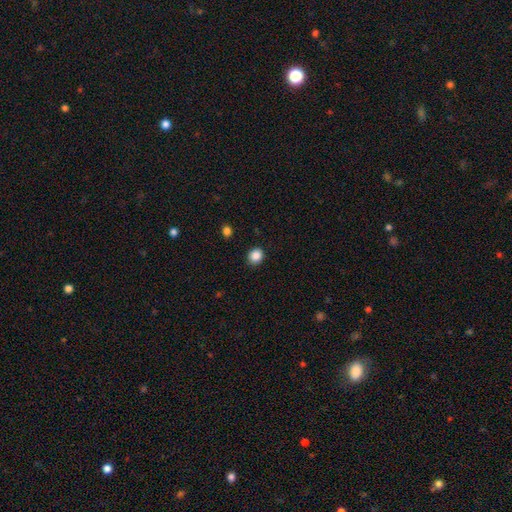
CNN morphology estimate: This is clearly a smooth galaxy (87%). How rounded: likely round (77%). Merging: clearly none (90%).